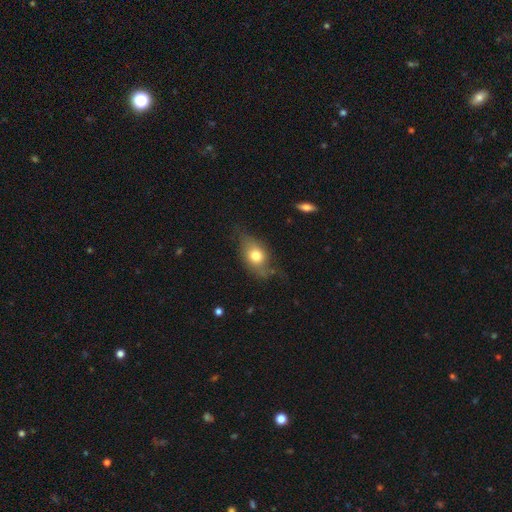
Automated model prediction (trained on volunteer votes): Smooth or featured?
  - smooth: 68% *
  - featured or disk: 23%
  - star or artifact: 9%
How rounded?
  - in between: 72% *
  - round: 23%
  - cigar-shaped: 5%
Merging?
  - none: 61% *
  - minor disturbance: 27%
  - major disturbance: 10%
  - merger: 2%